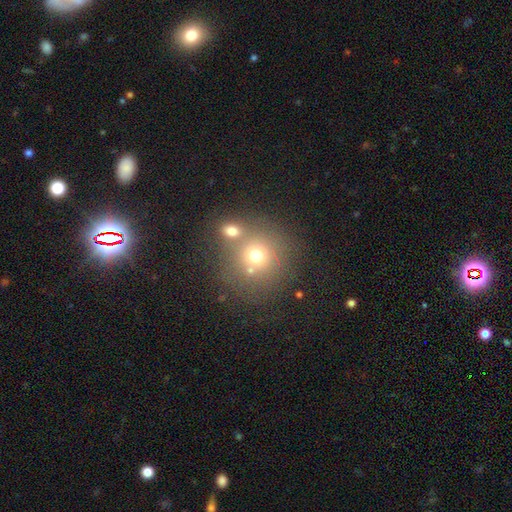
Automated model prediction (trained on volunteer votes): smooth-or-featured: smooth: 67% | featured or disk: 17% | star or artifact: 16%
  how-rounded: round: 89% | in between: 10% | cigar-shaped: 1%
  merging: none: 53% | merger: 33% | minor disturbance: 9% | major disturbance: 4%